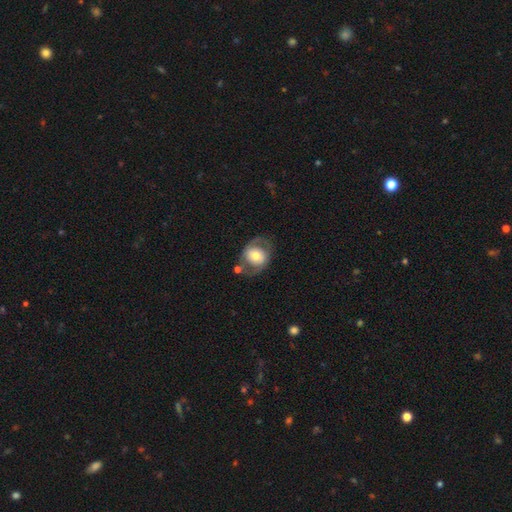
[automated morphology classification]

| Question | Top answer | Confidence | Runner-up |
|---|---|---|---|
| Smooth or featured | featured or disk | 56% | smooth (37%) |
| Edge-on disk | no | 96% | yes (4%) |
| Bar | no | 66% | weak (24%) |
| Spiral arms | yes | 63% | no (37%) |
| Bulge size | moderate | 61% | large (18%) |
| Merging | none | 61% | minor disturbance (19%) |